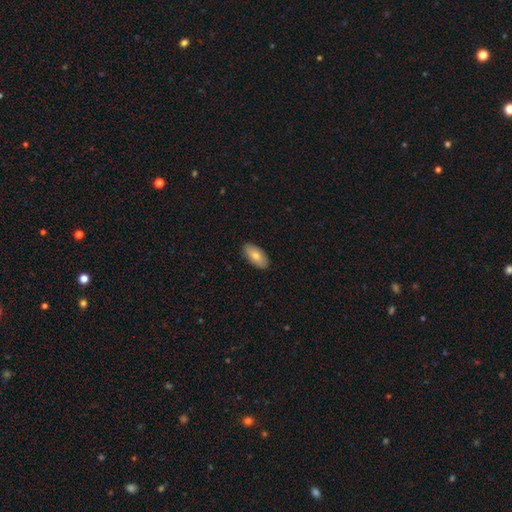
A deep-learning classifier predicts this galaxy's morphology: Overall: smooth (80%). How rounded: in between (93%). Merging: none (88%).